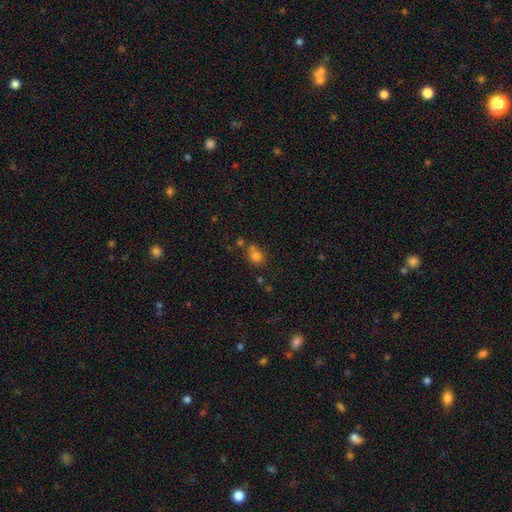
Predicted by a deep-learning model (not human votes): smooth_or_featured: smooth (p=0.76) [alt: star or artifact p=0.15]
how_rounded: round (p=0.63) [alt: in between p=0.36]
merging: none (p=0.53) [alt: merger p=0.30]